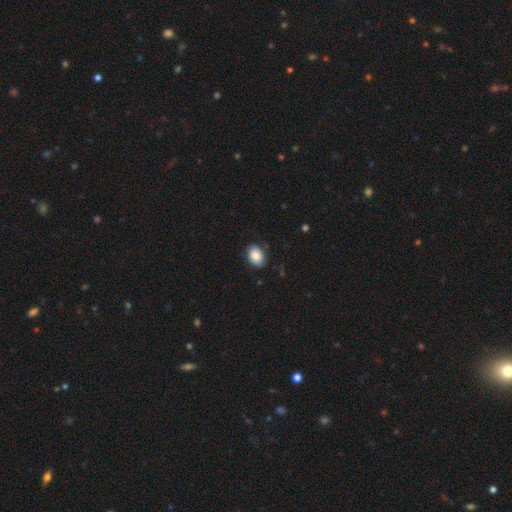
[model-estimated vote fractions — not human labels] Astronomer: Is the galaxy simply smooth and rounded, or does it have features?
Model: smooth — 85%.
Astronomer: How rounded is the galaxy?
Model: in between — 77%.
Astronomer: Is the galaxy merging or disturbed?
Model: none — 80%.